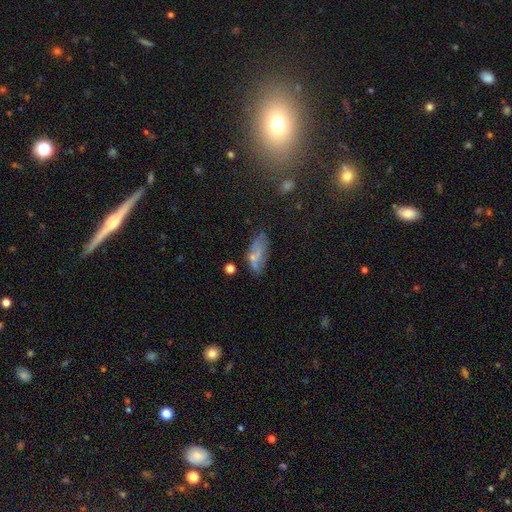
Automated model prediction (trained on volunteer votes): Smooth or featured: smooth — 55% (featured or disk — 31%)
How rounded: in between — 77% (cigar-shaped — 19%)
Merging: none — 54% (minor disturbance — 24%)